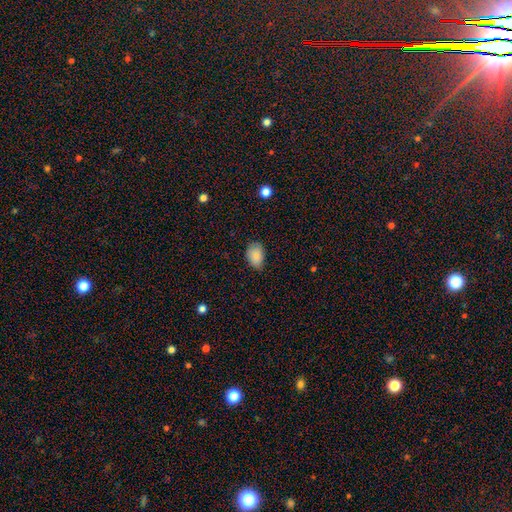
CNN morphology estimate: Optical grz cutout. It shows a smooth galaxy with no disk features (84%) that is in between round and cigar-shaped (84%). Merging: none (69%).